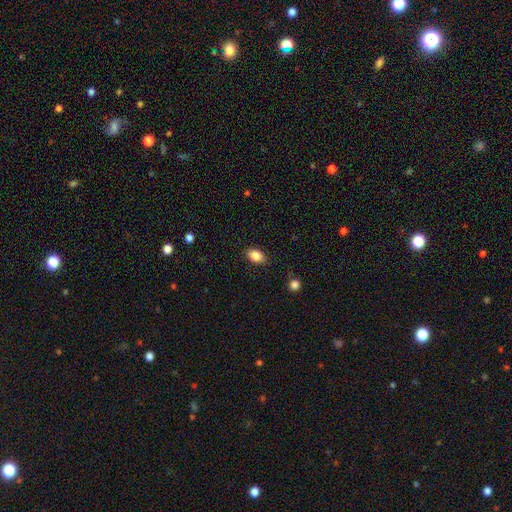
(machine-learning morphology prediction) This appears to be a smooth galaxy with no disk features (84%) that is in between round and cigar-shaped (85%). Merging: none (86%).